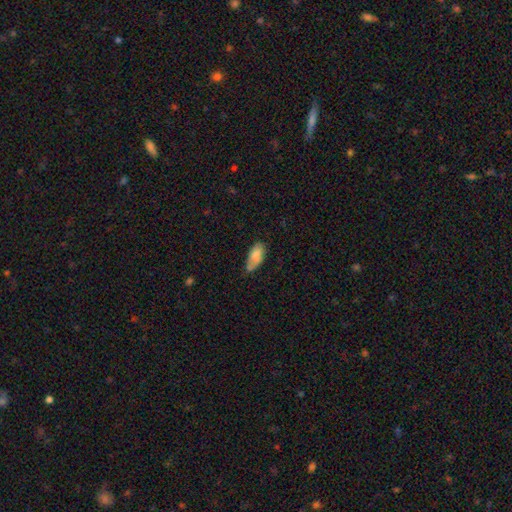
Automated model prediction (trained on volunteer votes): The model was most divided on "merging": none: 52%, minor disturbance: 36%, major disturbance: 9%, merger: 4%. More confident: how rounded — in between (87%); smooth or featured — smooth (79%).